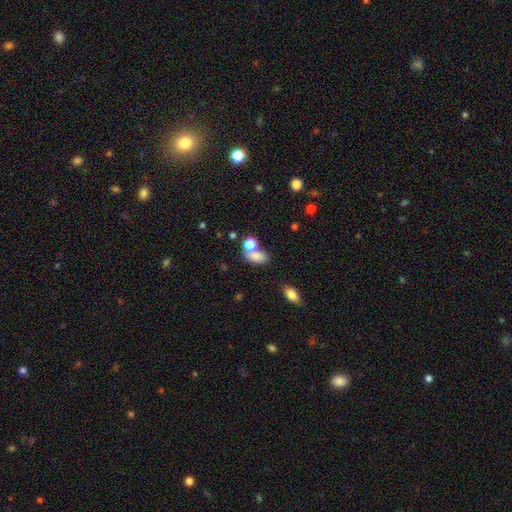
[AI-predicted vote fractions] Smooth or featured: smooth — 77% (star or artifact — 12%)
How rounded: in between — 80% (round — 17%)
Merging: none — 40% (merger — 37%)